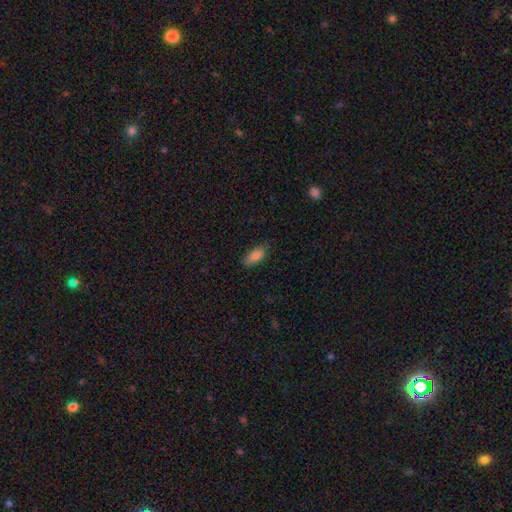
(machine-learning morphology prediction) This is clearly a smooth galaxy (82%). How rounded: clearly in between (85%). Merging: clearly none (82%).